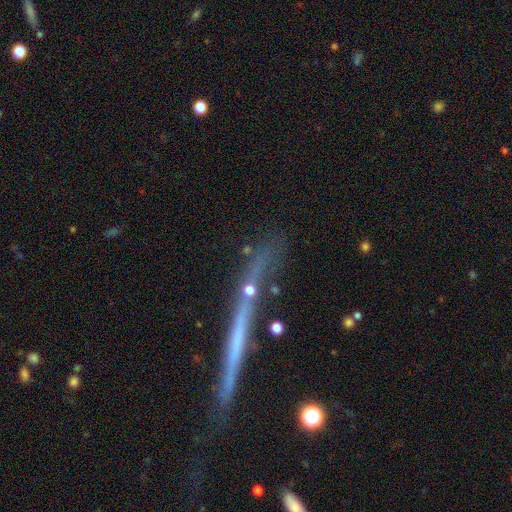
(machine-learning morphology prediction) type=featured or disk (55%); edge-on=yes (91%); edge-on bulge=none (88%); merging=none (73%).